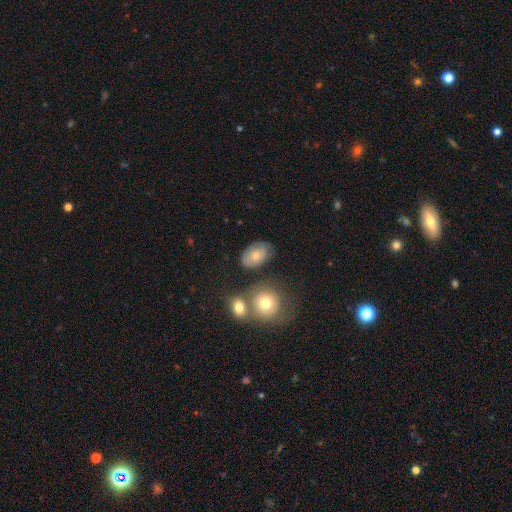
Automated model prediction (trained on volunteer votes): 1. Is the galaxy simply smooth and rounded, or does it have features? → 68% smooth, 23% featured or disk, 9% star or artifact.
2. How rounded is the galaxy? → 81% in between, 18% round, 1% cigar-shaped.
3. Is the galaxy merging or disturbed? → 64% none, 20% minor disturbance, 9% merger, 7% major disturbance.